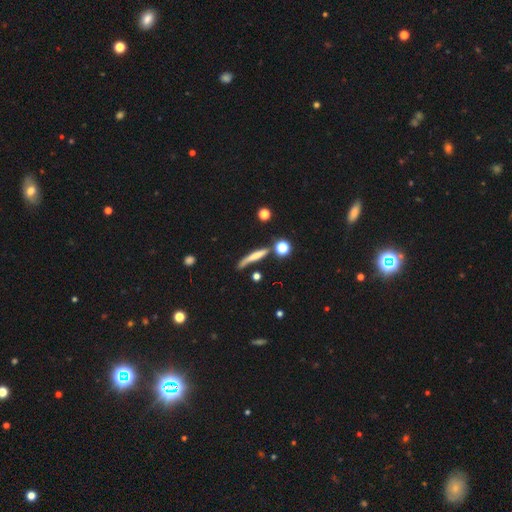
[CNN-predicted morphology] Smooth or featured? Predicted: smooth (p=0.55). How rounded? Predicted: cigar-shaped (p=0.86). Merging? Predicted: none (p=0.62).